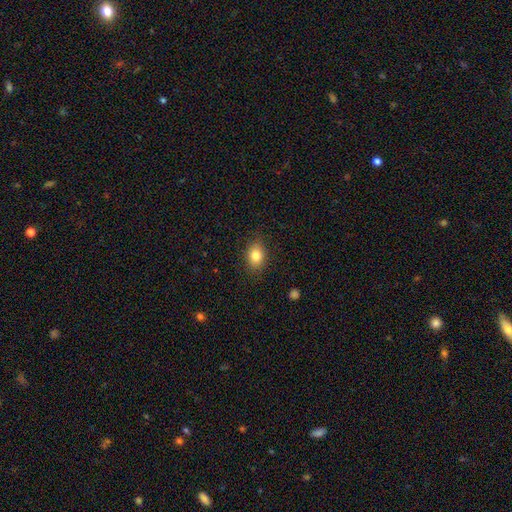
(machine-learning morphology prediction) A smooth galaxy with no disk features (82%) that is in between round and cigar-shaped (73%). Merging: none (86%).